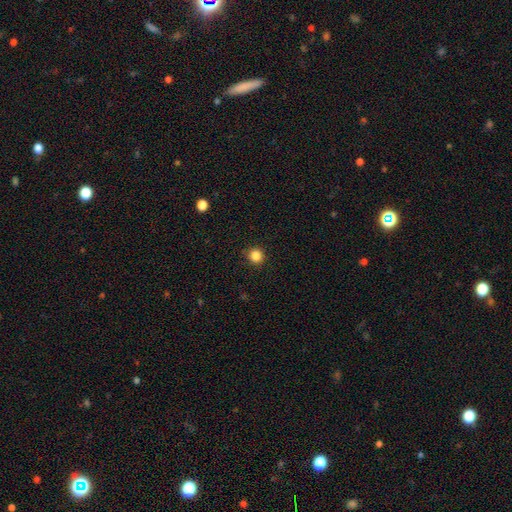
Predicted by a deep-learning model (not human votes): This is clearly a smooth galaxy (85%). How rounded: clearly round (93%). Merging: clearly none (91%).